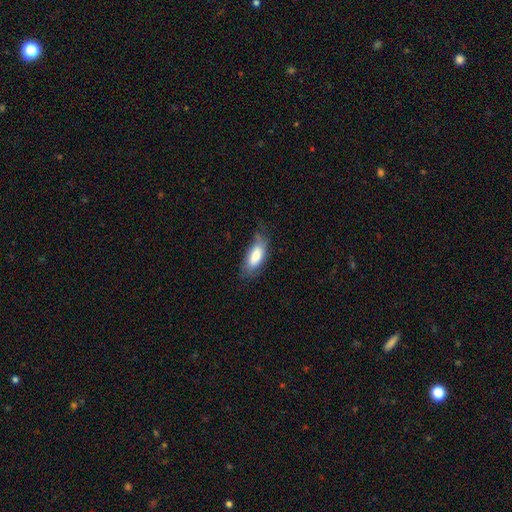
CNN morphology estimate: Smooth or featured?
  - smooth: 73% *
  - featured or disk: 20%
  - star or artifact: 7%
How rounded?
  - in between: 82% *
  - cigar-shaped: 15%
  - round: 2%
Merging?
  - none: 56% *
  - minor disturbance: 30%
  - major disturbance: 12%
  - merger: 2%